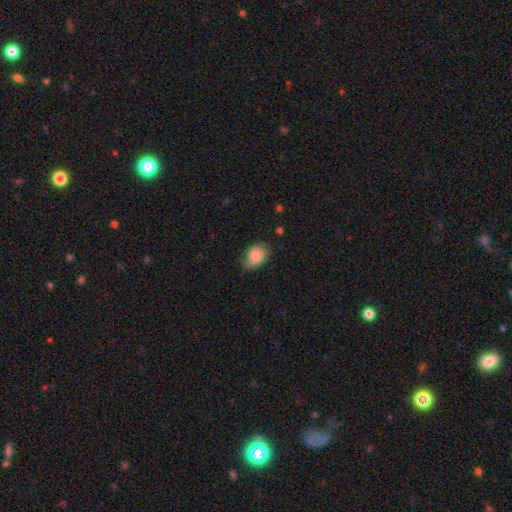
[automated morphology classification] Smooth or featured? smooth (79%)
How rounded? in between (64%)
Merging? none (43%)